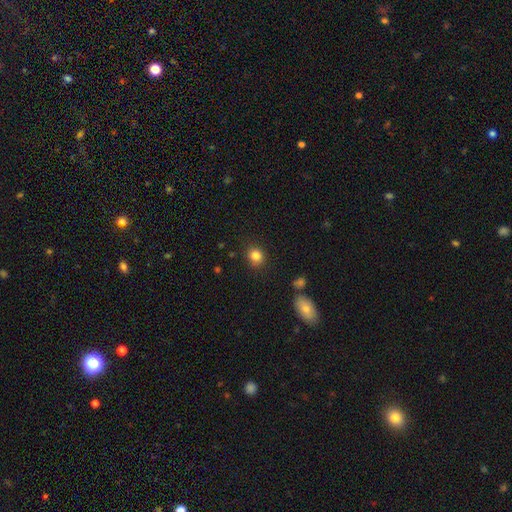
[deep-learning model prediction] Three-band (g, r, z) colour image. It shows a smooth galaxy with no disk features (83%) that is round (75%). Merging: none (86%).